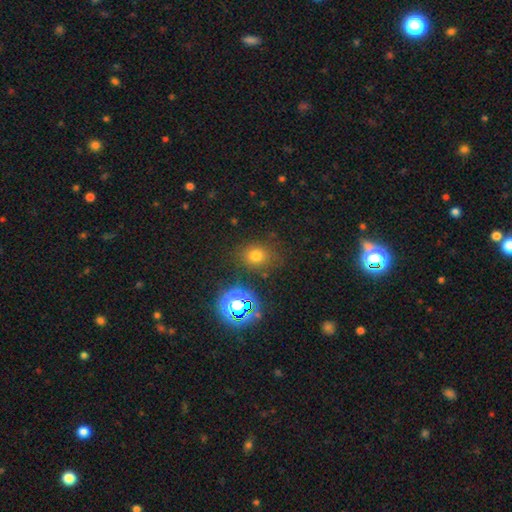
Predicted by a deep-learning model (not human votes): Smooth or featured? Predicted: smooth (p=0.67). How rounded? Predicted: round (p=0.67). Merging? Predicted: none (p=0.81).